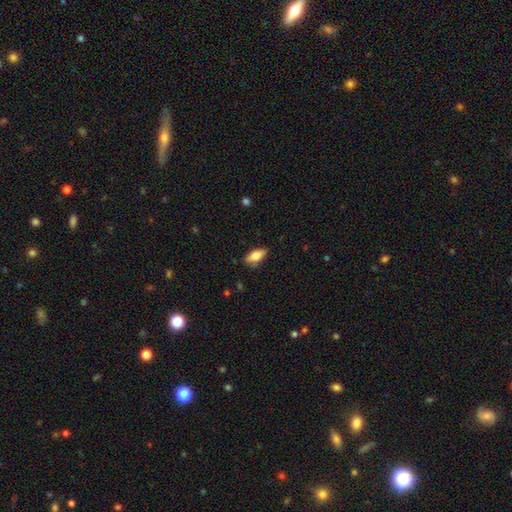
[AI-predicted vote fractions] A smooth galaxy with no disk features (72%) that is in between round and cigar-shaped (85%).

Vote fractions:
- Smooth or featured? smooth: 72% / featured or disk: 21% / star or artifact: 7%
- How rounded? in between: 85% / cigar-shaped: 12% / round: 3%
- Merging? none: 81% / minor disturbance: 15% / major disturbance: 3% / merger: 1%